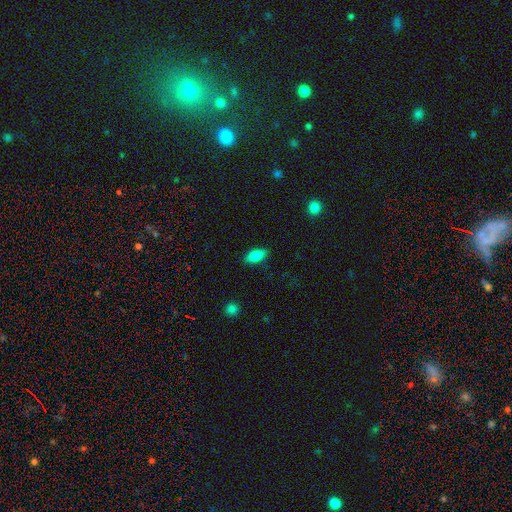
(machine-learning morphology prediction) type=smooth (83%); roundness=in between (87%); merging=none (86%).